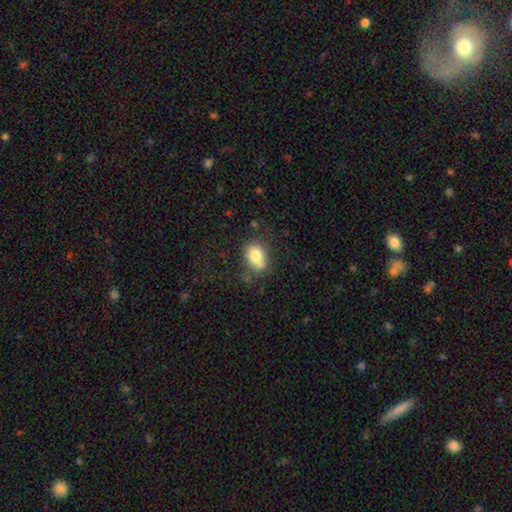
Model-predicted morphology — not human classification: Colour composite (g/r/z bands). It shows a smooth galaxy with no disk features (76%) that is round (56%). Merging: none (50%).